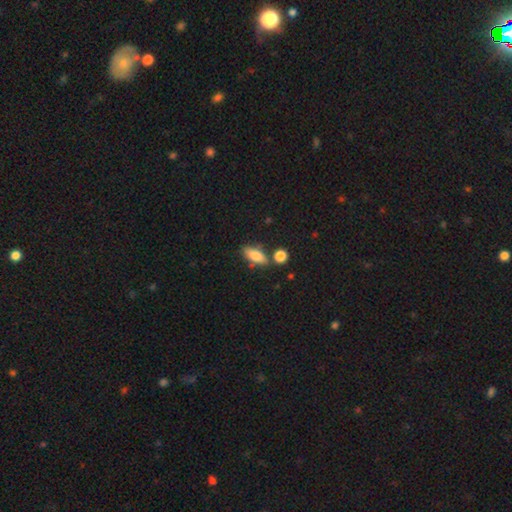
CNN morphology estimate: smooth 76%, featured or disk 16%, star or artifact 8%. Down the decision tree: how rounded — in between (71%); merging — none (72%).